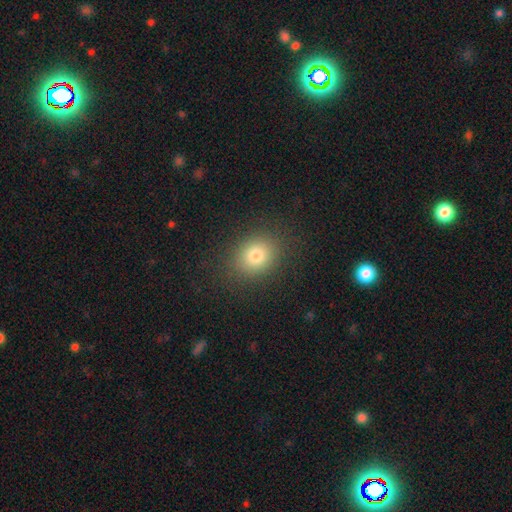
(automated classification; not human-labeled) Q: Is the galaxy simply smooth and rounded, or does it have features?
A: smooth — 79%.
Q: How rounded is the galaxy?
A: round — 62%.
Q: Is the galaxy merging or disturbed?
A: none — 86%.